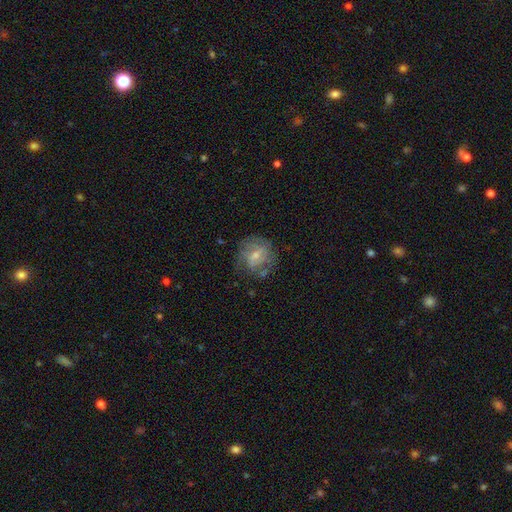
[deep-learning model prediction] This is likely a featured or disk galaxy (61%). It is clearly not viewed edge-on (96%). Bar: possibly no (45%). Spiral arm pattern: likely yes (73%). Central bulge: likely small (60%). Merging: likely none (66%).